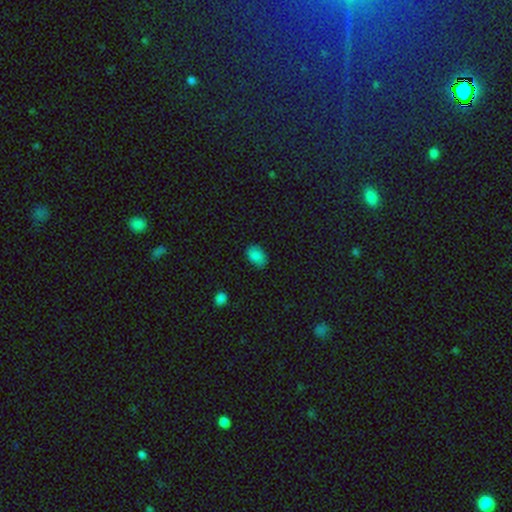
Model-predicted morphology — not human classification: Smooth or featured? smooth (85%)
How rounded? in between (85%)
Merging? none (78%)